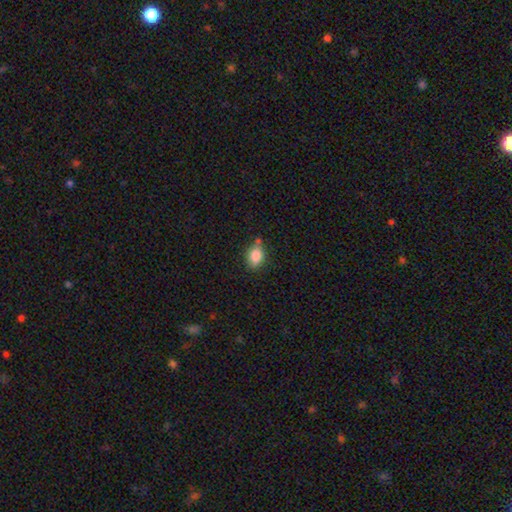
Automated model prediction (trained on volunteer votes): A smooth galaxy with no disk features (83%) that is in between round and cigar-shaped (75%).

Vote fractions:
- Smooth or featured? smooth: 83% / star or artifact: 9% / featured or disk: 8%
- How rounded? in between: 75% / round: 23% / cigar-shaped: 2%
- Merging? none: 65% / minor disturbance: 23% / merger: 7% / major disturbance: 4%